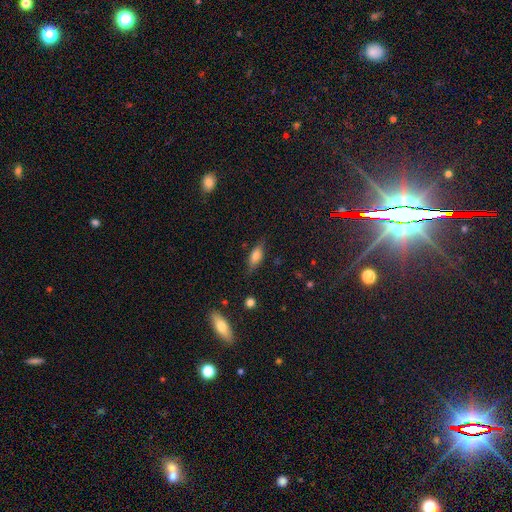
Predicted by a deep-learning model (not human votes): Q: Smooth or featured?
A: smooth (66%); runner-up: featured or disk (26%)
Q: How rounded?
A: in between (68%); runner-up: cigar-shaped (28%)
Q: Merging?
A: none (78%); runner-up: minor disturbance (17%)